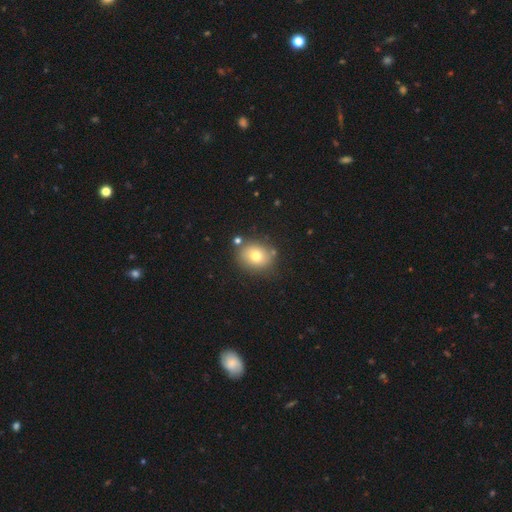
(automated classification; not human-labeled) A smooth galaxy with no disk features (74%) that is round (62%).

Vote fractions:
- Smooth or featured? smooth: 74% / featured or disk: 14% / star or artifact: 12%
- How rounded? round: 62% / in between: 37% / cigar-shaped: 1%
- Merging? none: 81% / minor disturbance: 11% / merger: 6% / major disturbance: 3%